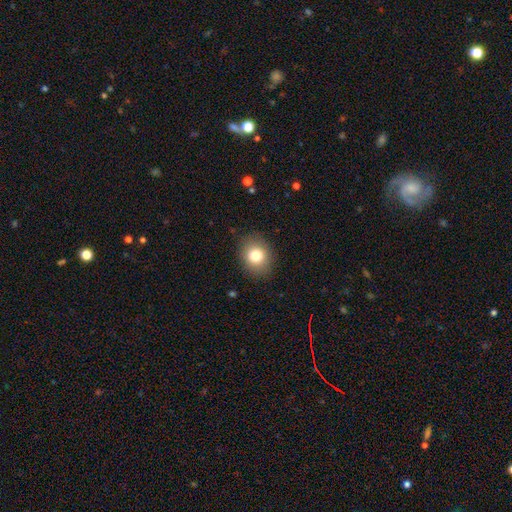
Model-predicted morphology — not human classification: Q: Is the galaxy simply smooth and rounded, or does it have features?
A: smooth — 80%.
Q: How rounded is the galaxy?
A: round — 65%.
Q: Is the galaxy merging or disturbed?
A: none — 88%.